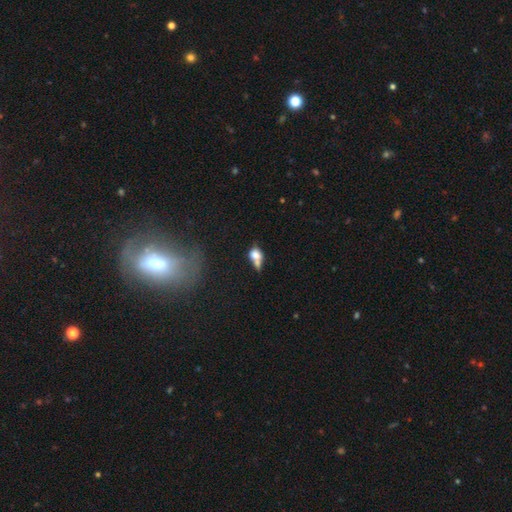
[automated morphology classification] smooth 66%, featured or disk 22%, star or artifact 12%. Down the decision tree: how rounded — in between (60%); merging — merger (47%).